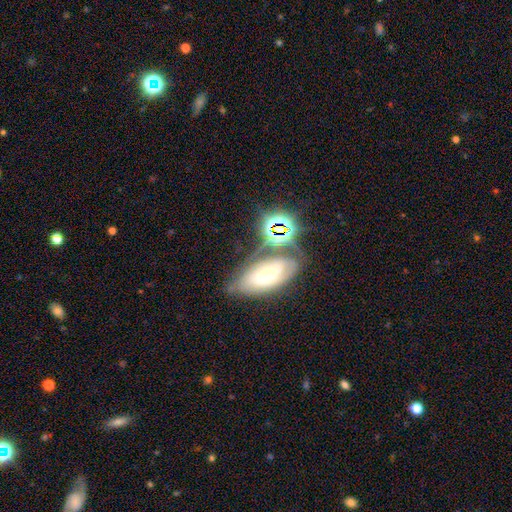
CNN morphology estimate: A featured or disk galaxy (37%).

Vote fractions:
- Smooth or featured? featured or disk: 37% / smooth: 36% / star or artifact: 27%
- Merging? none: 58% / merger: 18% / minor disturbance: 17% / major disturbance: 8%